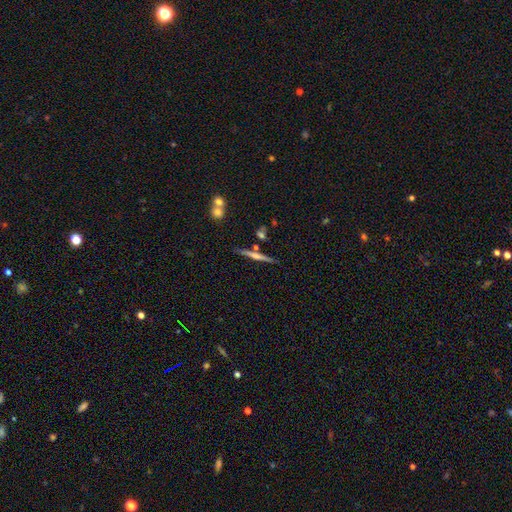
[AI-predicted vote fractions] smooth-or-featured: featured or disk: 57% | smooth: 35% | star or artifact: 8%
  disk-edge-on: yes: 97% | no: 3%
    edge-on-bulge: rounded: 55% | none: 34% | boxy: 10%
  merging: none: 81% | minor disturbance: 10% | merger: 7% | major disturbance: 2%